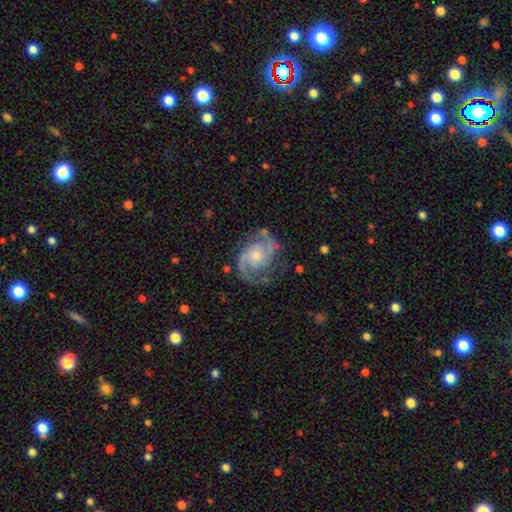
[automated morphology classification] Q: Smooth or featured?
A: featured or disk (90%); runner-up: smooth (5%)
Q: Edge-on disk?
A: no (98%); runner-up: yes (2%)
Q: Bar?
A: no (64%); runner-up: weak (31%)
Q: Spiral arms?
A: yes (98%); runner-up: no (2%)
Q: Spiral winding?
A: medium (55%); runner-up: tight (30%)
Q: Spiral arm count?
A: 2 (88%); runner-up: 3 (4%)
Q: Bulge size?
A: moderate (45%); runner-up: small (41%)
Q: Merging?
A: none (74%); runner-up: minor disturbance (17%)